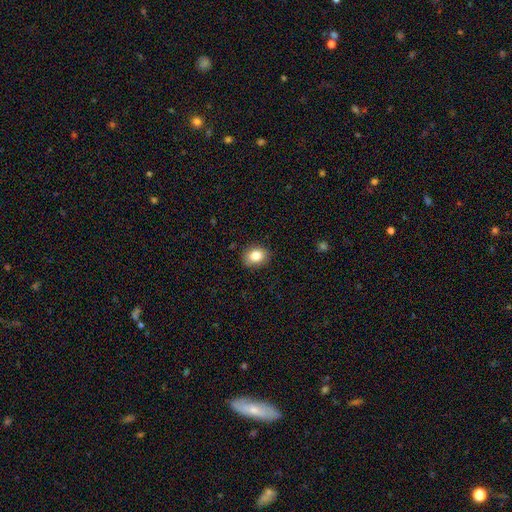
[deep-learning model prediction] Smooth or featured: smooth — 83% (star or artifact — 9%)
How rounded: in between — 53% (round — 46%)
Merging: none — 87% (minor disturbance — 9%)